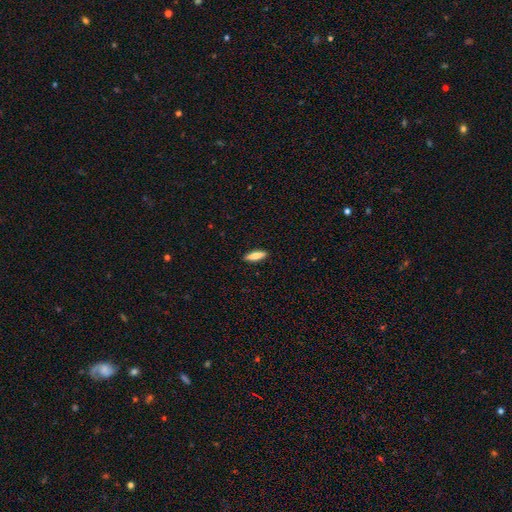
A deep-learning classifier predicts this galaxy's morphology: Smooth or featured?
  - smooth: 72% *
  - featured or disk: 22%
  - star or artifact: 6%
How rounded?
  - cigar-shaped: 63% *
  - in between: 35%
  - round: 2%
Merging?
  - none: 91% *
  - minor disturbance: 7%
  - major disturbance: 2%
  - merger: 1%